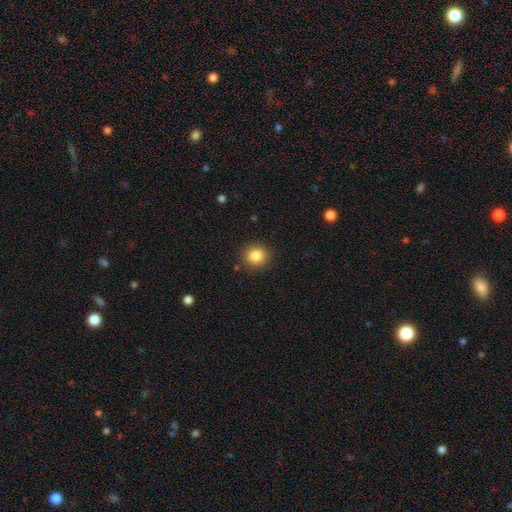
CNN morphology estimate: A smooth galaxy with no disk features (84%) that is round (88%).

Vote fractions:
- Smooth or featured? smooth: 84% / star or artifact: 10% / featured or disk: 5%
- How rounded? round: 88% / in between: 12% / cigar-shaped: 1%
- Merging? none: 89% / minor disturbance: 7% / major disturbance: 2% / merger: 1%